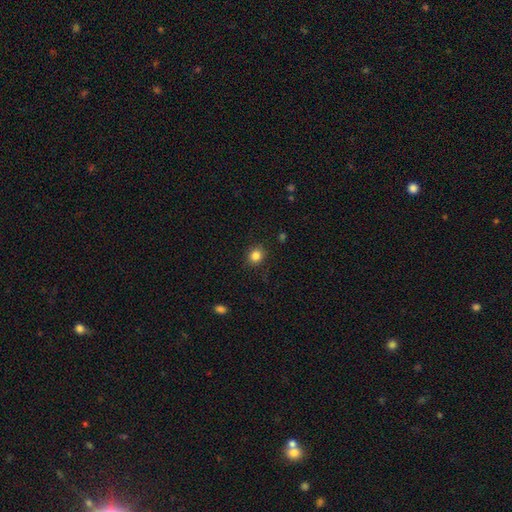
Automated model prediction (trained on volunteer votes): smooth_or_featured: smooth (p=0.84) [alt: star or artifact p=0.11]
how_rounded: round (p=0.72) [alt: in between p=0.27]
merging: none (p=0.88) [alt: minor disturbance p=0.08]